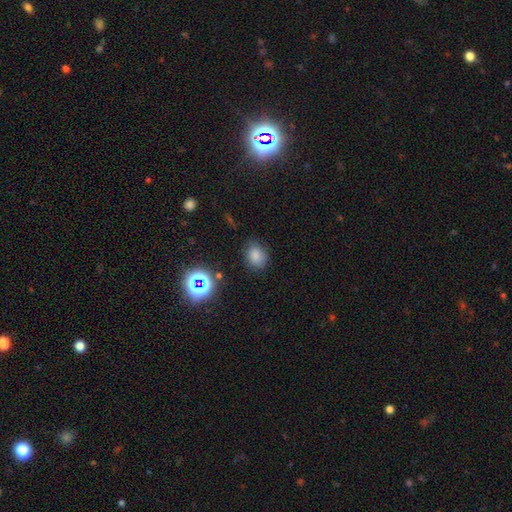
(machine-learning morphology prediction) Q: Smooth or featured?
A: smooth (77%); runner-up: star or artifact (17%)
Q: How rounded?
A: in between (56%); runner-up: round (42%)
Q: Merging?
A: none (79%); runner-up: minor disturbance (15%)